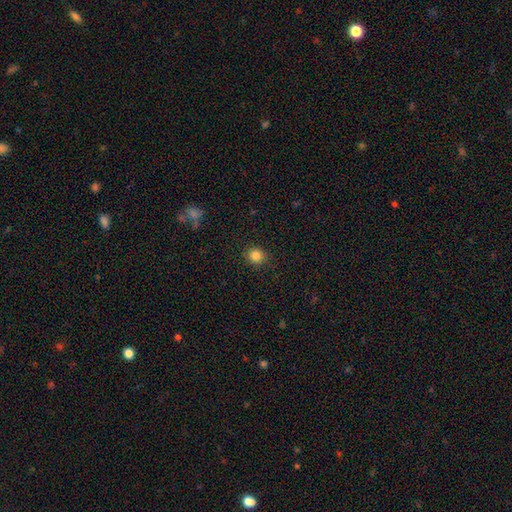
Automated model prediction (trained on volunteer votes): The model was most divided on "how rounded": round: 85%, in between: 14%, cigar-shaped: 1%. More confident: merging — none (89%); smooth or featured — smooth (84%).